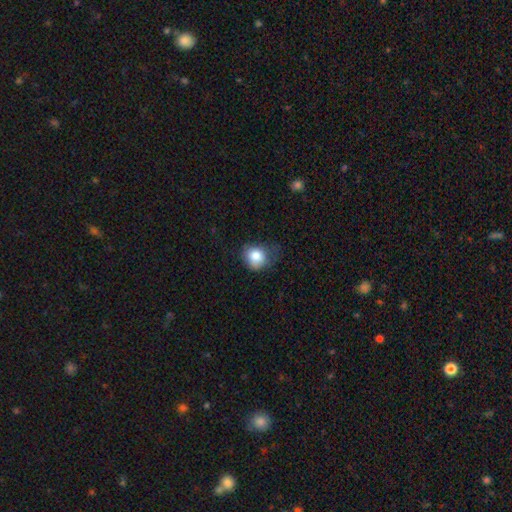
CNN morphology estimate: The model was most divided on "merging": none: 43%, minor disturbance: 37%, major disturbance: 18%, merger: 2%. More confident: smooth or featured — smooth (82%); how rounded — round (68%).